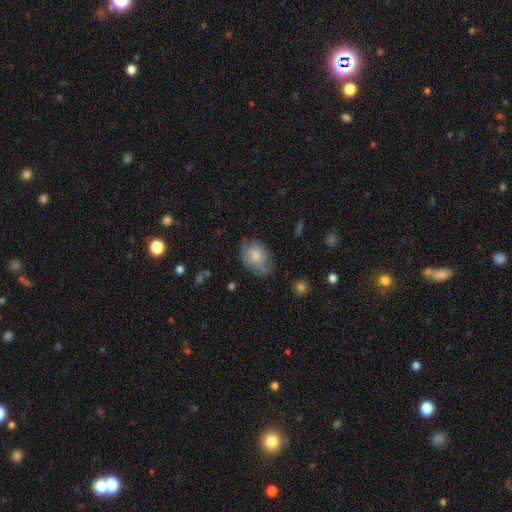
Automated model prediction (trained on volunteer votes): A smooth galaxy with no disk features (74%) that is in between round and cigar-shaped (77%). Merging: none (51%).